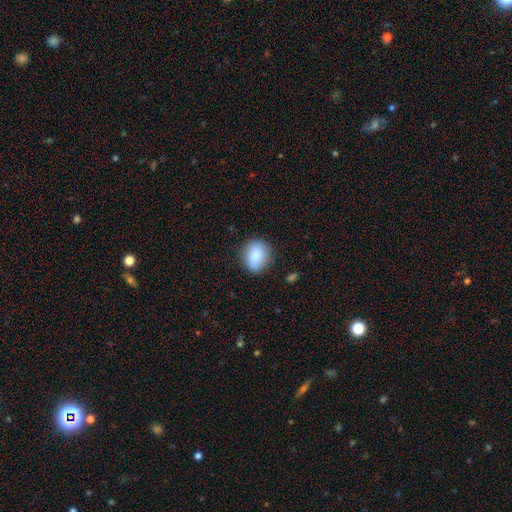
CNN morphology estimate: smooth-or-featured: smooth: 86% | star or artifact: 7% | featured or disk: 6%
  how-rounded: round: 50% | in between: 48% | cigar-shaped: 1%
  merging: none: 80% | minor disturbance: 15% | major disturbance: 4% | merger: 1%